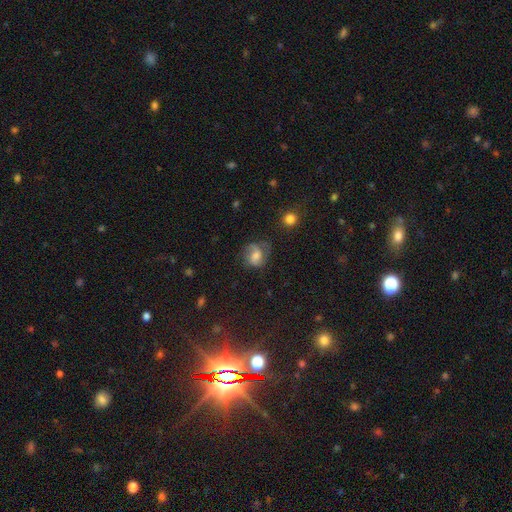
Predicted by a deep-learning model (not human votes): This is possibly a featured or disk galaxy (52%). It is clearly not viewed edge-on (97%). Bar: possibly no (49%). Spiral arm pattern: clearly yes (87%). Central bulge: possibly moderate (46%). Merging: possibly none (60%).